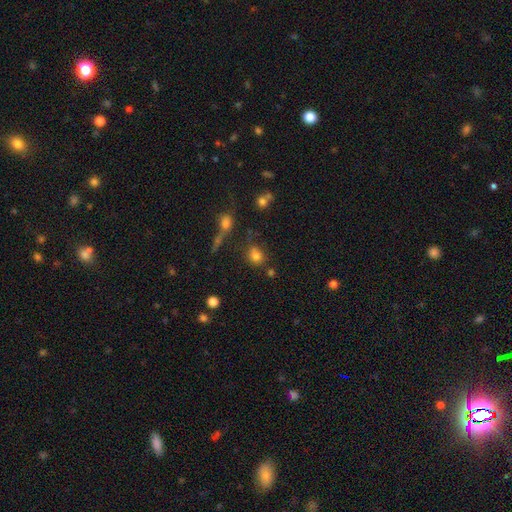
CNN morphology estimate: Smooth or featured? Predicted: smooth (p=0.78). How rounded? Predicted: round (p=0.55). Merging? Predicted: none (p=0.66).